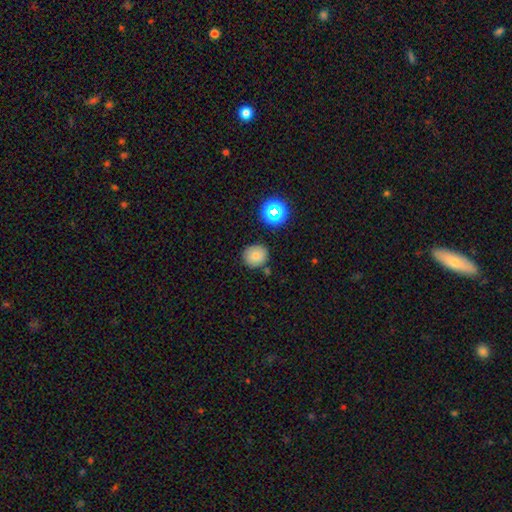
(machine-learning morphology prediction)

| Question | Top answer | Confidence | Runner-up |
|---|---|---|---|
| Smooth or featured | smooth | 77% | star or artifact (15%) |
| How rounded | round | 83% | in between (16%) |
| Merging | none | 80% | minor disturbance (12%) |